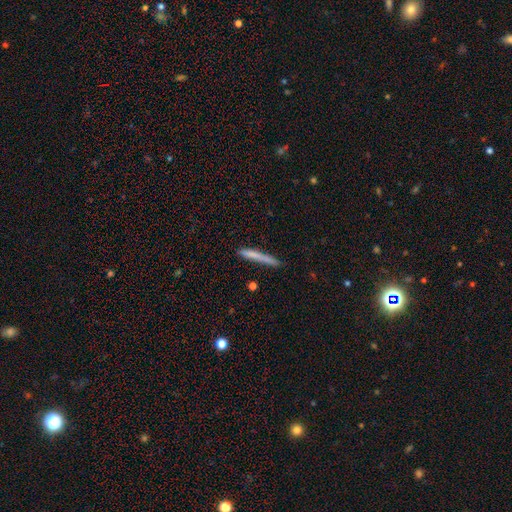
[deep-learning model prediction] Overall: smooth (72%). How rounded: cigar-shaped (96%). Merging: none (80%).